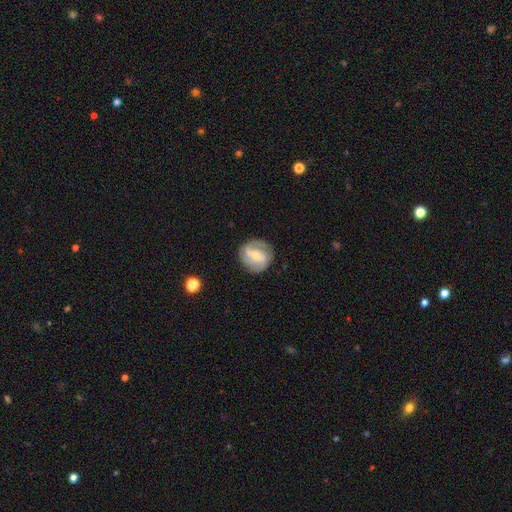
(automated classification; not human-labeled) This appears to be a featured or disk galaxy (78%) with a strong bar (42%), 2 (64%) medium (43%) spiral arms (92%) and a small central bulge (58%). Merging: none (80%).